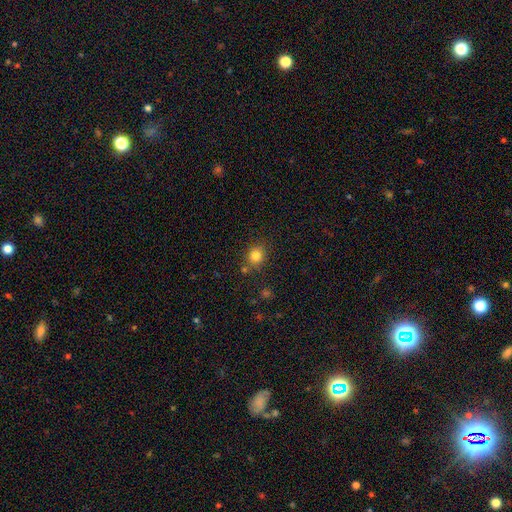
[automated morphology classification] Smooth or featured? smooth (82%)
How rounded? round (79%)
Merging? none (81%)